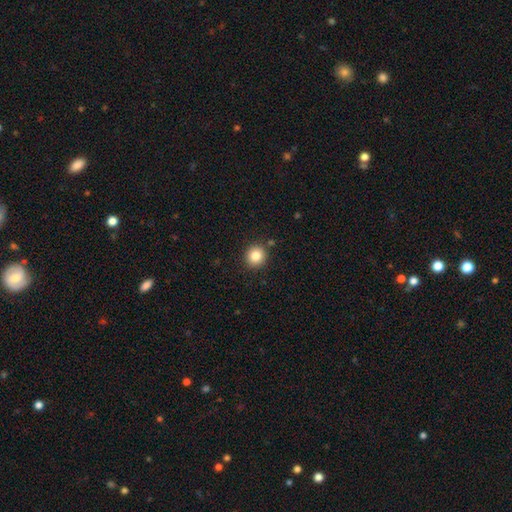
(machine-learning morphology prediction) Overall: smooth (83%). How rounded: round (88%). Merging: none (88%).